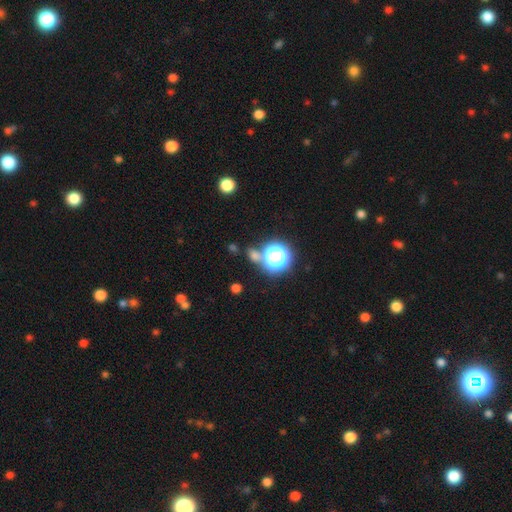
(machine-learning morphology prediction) type=smooth (56%); roundness=round (72%); merging=none (66%).